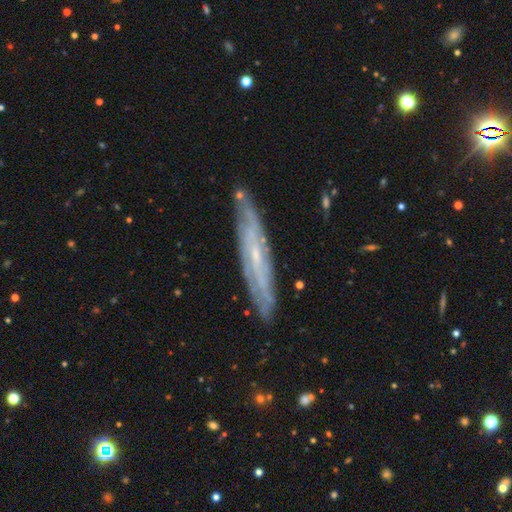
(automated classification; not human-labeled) Morphology: type=featured or disk (75%); edge-on=yes (53%); merging=none (81%).